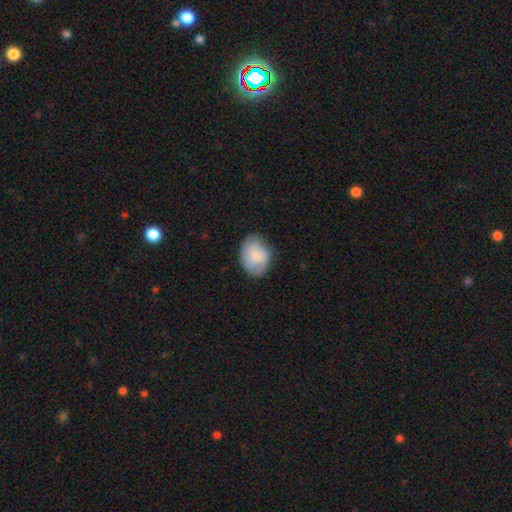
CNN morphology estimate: A smooth galaxy with no disk features (69%) that is in between round and cigar-shaped (64%). Merging: none (72%).